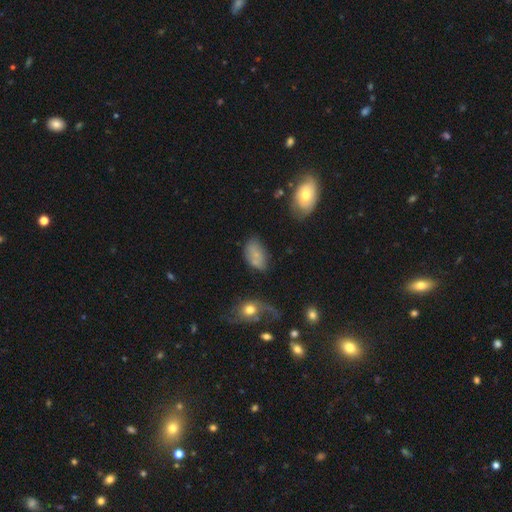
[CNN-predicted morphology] Smooth or featured?
  - smooth: 65% *
  - featured or disk: 23%
  - star or artifact: 12%
How rounded?
  - in between: 91% *
  - round: 7%
  - cigar-shaped: 2%
Merging?
  - none: 58% *
  - minor disturbance: 24%
  - major disturbance: 10%
  - merger: 9%